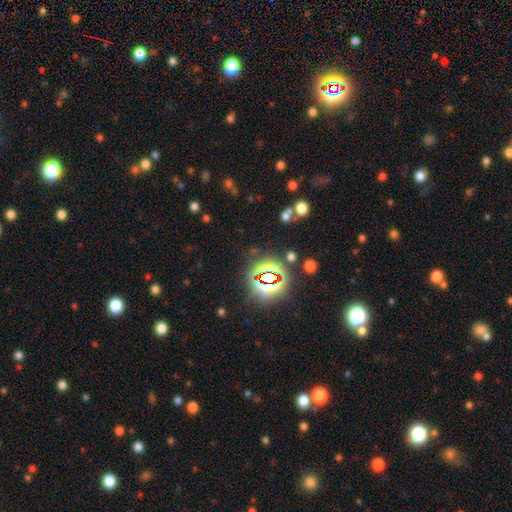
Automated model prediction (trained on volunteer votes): A star or artifact, not a galaxy (77%).